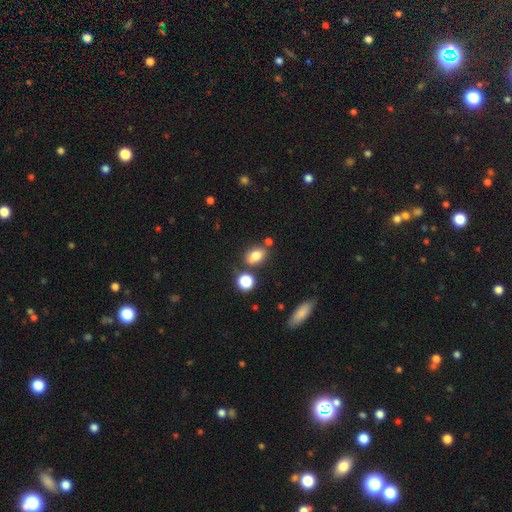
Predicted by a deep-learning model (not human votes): This is likely a smooth galaxy (78%). How rounded: likely in between (75%). Merging: likely none (70%).